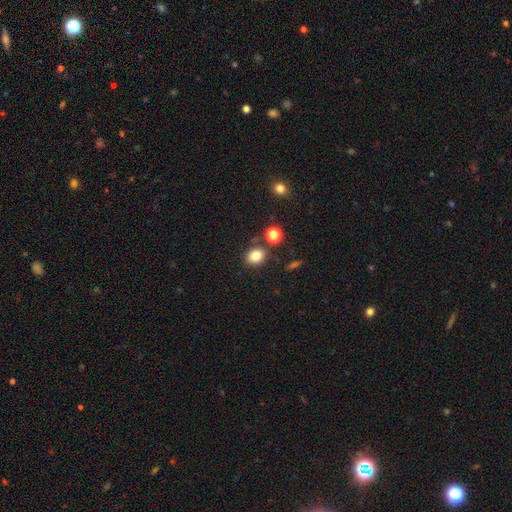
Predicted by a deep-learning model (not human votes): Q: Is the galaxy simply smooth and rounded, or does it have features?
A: smooth — 82%.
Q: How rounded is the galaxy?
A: in between — 58%.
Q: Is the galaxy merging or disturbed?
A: none — 75%.